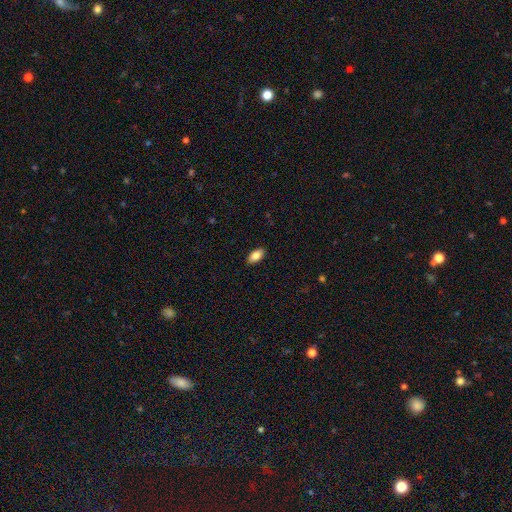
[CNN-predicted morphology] smooth_or_featured: smooth (p=0.84) [alt: featured or disk p=0.09]
how_rounded: in between (p=0.92) [alt: round p=0.04]
merging: none (p=0.89) [alt: minor disturbance p=0.08]